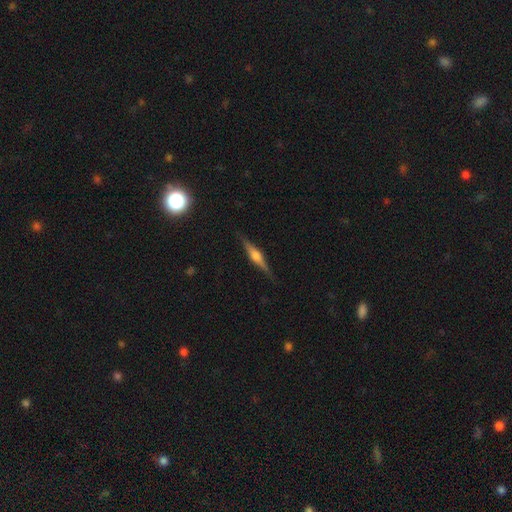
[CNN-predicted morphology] Smooth or featured?
  - featured or disk: 71% *
  - smooth: 23%
  - star or artifact: 7%
Edge-on disk?
  - yes: 98% *
  - no: 2%
Edge-on bulge?
  - rounded: 87% *
  - boxy: 9%
  - none: 3%
Merging?
  - none: 88% *
  - minor disturbance: 9%
  - major disturbance: 2%
  - merger: 1%